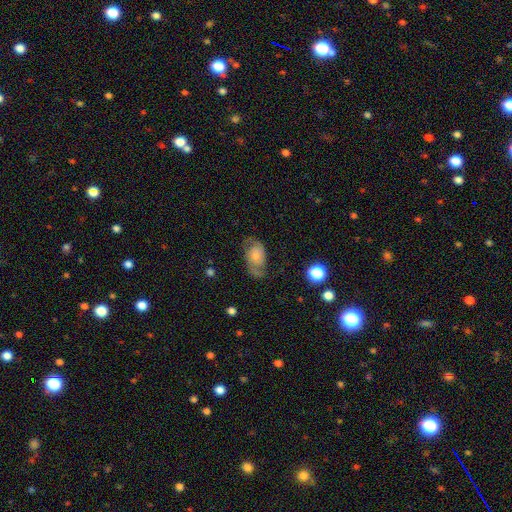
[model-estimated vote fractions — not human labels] Smooth or featured? featured or disk (73%)
Edge-on disk? no (96%)
Bar? no (71%)
Spiral arms? yes (92%)
Spiral winding? medium (48%)
Spiral arm count? 2 (86%)
Bulge size? small (47%)
Merging? none (70%)